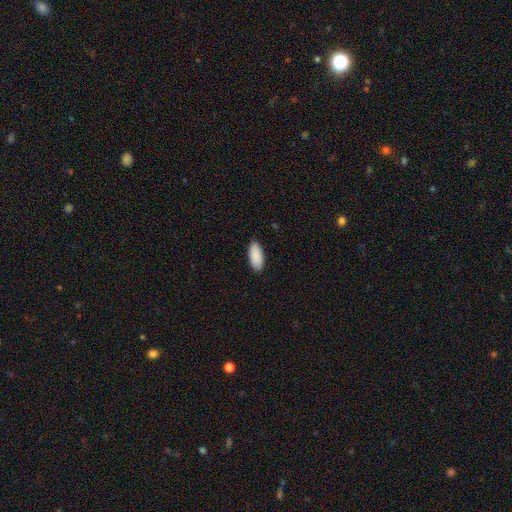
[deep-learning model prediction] Q: Smooth or featured?
A: smooth (91%); runner-up: star or artifact (6%)
Q: How rounded?
A: in between (90%); runner-up: cigar-shaped (8%)
Q: Merging?
A: none (89%); runner-up: minor disturbance (8%)